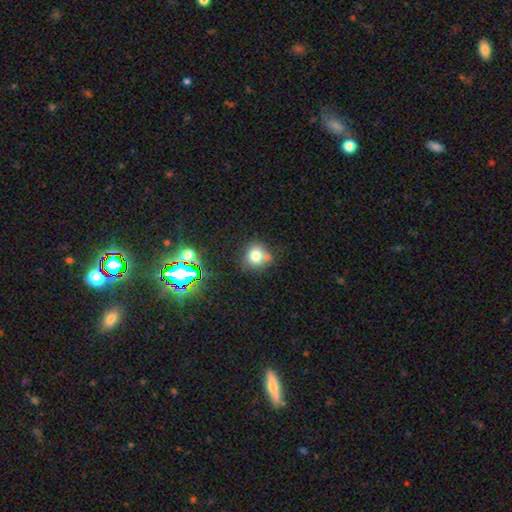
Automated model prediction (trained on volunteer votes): This is likely a smooth galaxy (74%). How rounded: clearly round (84%). Merging: likely none (60%).